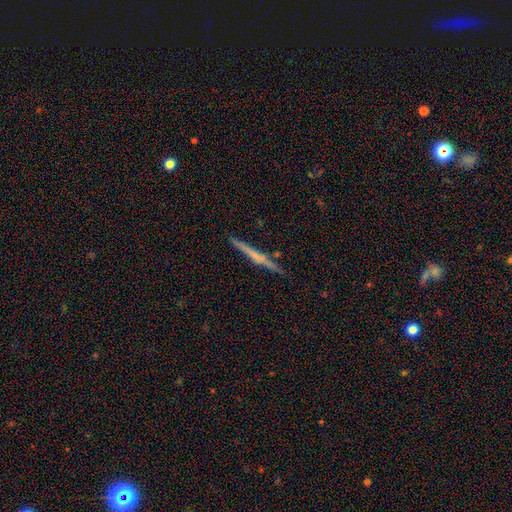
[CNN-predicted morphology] smooth-or-featured: featured or disk: 56% | smooth: 38% | star or artifact: 6%
  disk-edge-on: yes: 98% | no: 2%
    edge-on-bulge: none: 68% | rounded: 22% | boxy: 10%
  merging: none: 88% | minor disturbance: 9% | merger: 2% | major disturbance: 2%